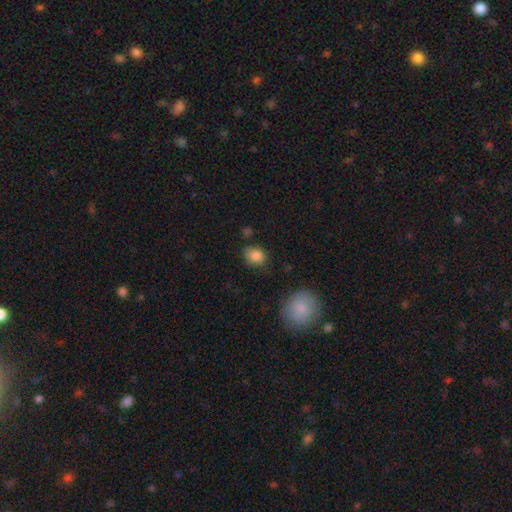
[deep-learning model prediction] Smooth or featured? smooth (85%)
How rounded? round (57%)
Merging? none (73%)